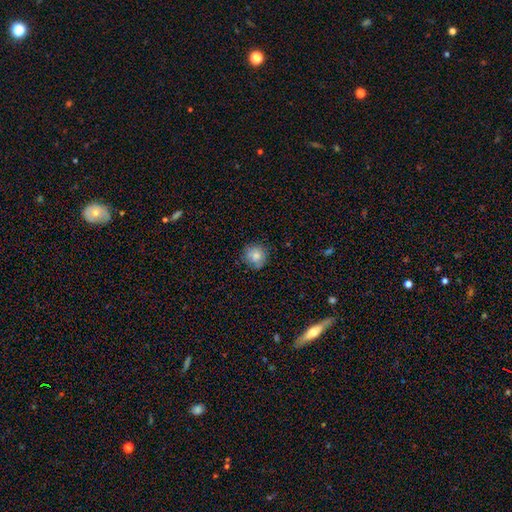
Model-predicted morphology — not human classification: smooth_or_featured: smooth (p=0.80) [alt: featured or disk p=0.10]
how_rounded: round (p=0.88) [alt: in between p=0.11]
merging: none (p=0.78) [alt: minor disturbance p=0.17]